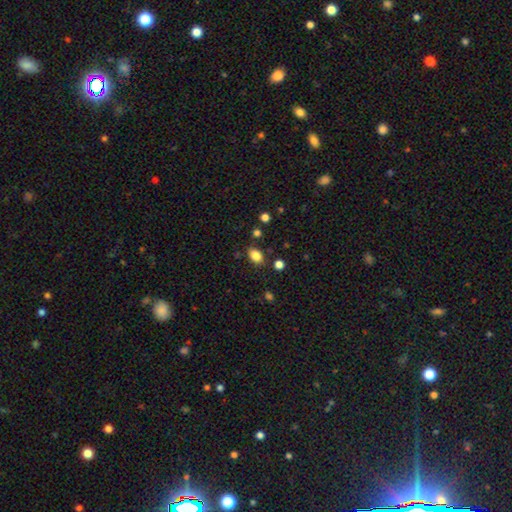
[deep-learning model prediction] Smooth or featured?
  - smooth: 84% *
  - star or artifact: 11%
  - featured or disk: 5%
How rounded?
  - in between: 77% *
  - round: 22%
  - cigar-shaped: 1%
Merging?
  - none: 82% *
  - minor disturbance: 11%
  - merger: 4%
  - major disturbance: 3%